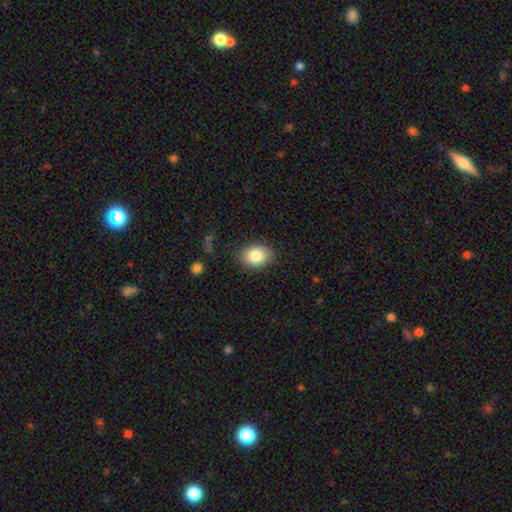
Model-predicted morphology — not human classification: Q: Smooth or featured?
A: smooth (84%); runner-up: star or artifact (8%)
Q: How rounded?
A: in between (63%); runner-up: round (36%)
Q: Merging?
A: none (86%); runner-up: minor disturbance (10%)